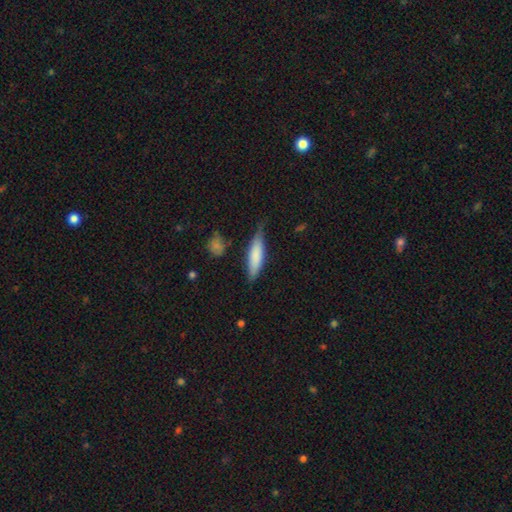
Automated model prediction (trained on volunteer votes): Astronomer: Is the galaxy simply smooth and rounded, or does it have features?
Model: smooth — 76%.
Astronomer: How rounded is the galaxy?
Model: cigar-shaped — 64%.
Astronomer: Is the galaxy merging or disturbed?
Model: none — 65%.